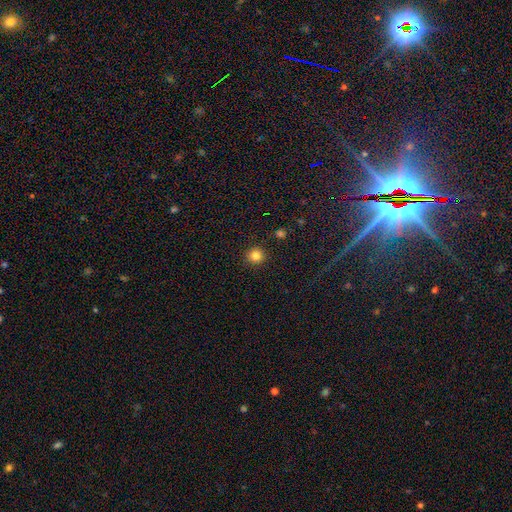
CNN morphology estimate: type=smooth (83%); roundness=round (94%); merging=none (92%).